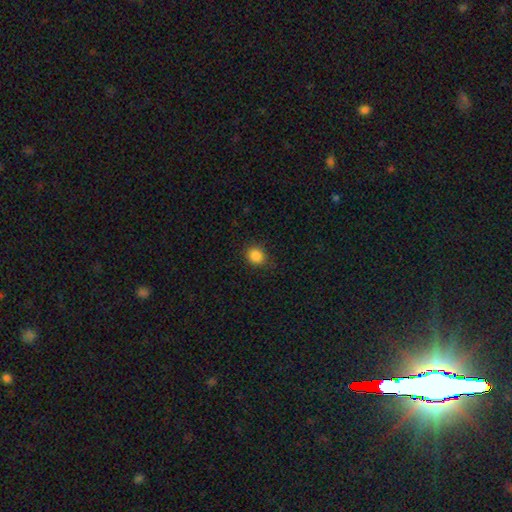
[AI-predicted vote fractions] Overall: smooth (86%). How rounded: round (75%). Merging: none (84%).